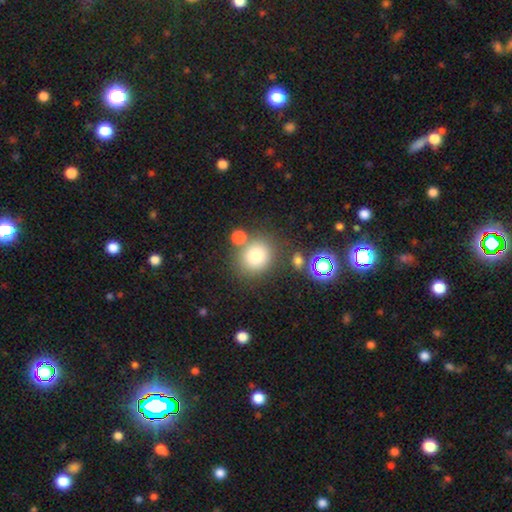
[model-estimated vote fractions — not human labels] Smooth or featured? Predicted: smooth (p=0.77). How rounded? Predicted: round (p=0.79). Merging? Predicted: none (p=0.71).